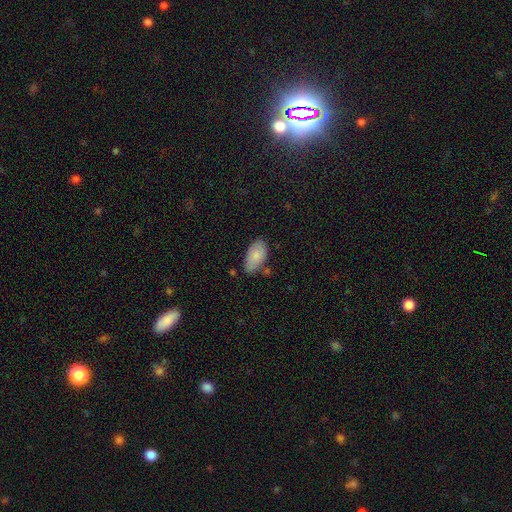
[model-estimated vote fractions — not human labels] Q: Smooth or featured?
A: smooth (81%); runner-up: featured or disk (13%)
Q: How rounded?
A: in between (94%); runner-up: round (3%)
Q: Merging?
A: none (68%); runner-up: minor disturbance (23%)